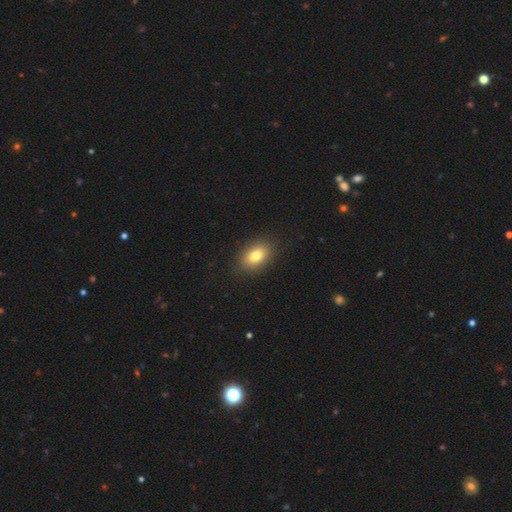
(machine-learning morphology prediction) Smooth or featured: smooth — 81% (featured or disk — 10%)
How rounded: in between — 83% (round — 15%)
Merging: none — 88% (minor disturbance — 9%)